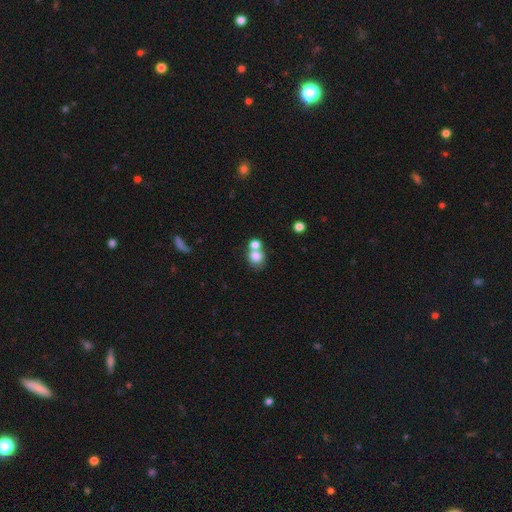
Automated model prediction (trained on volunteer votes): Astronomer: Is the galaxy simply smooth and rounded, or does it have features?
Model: smooth — 78%.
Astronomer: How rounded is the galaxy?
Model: round — 72%.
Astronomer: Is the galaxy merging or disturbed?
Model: merger — 47% (runner-up: none, 39%).